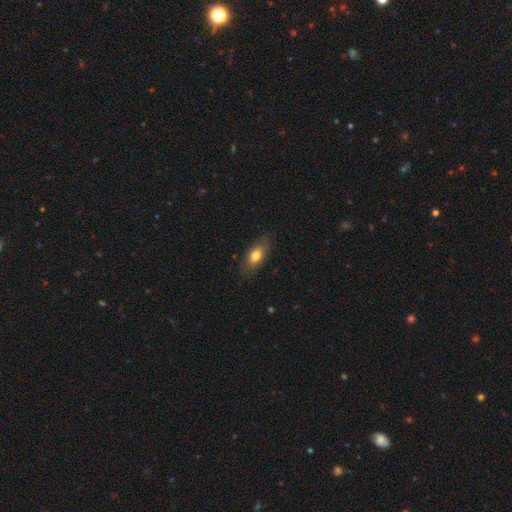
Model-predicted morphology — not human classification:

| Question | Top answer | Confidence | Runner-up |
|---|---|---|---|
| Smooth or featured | smooth | 75% | featured or disk (18%) |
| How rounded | in between | 85% | cigar-shaped (10%) |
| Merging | none | 81% | minor disturbance (15%) |